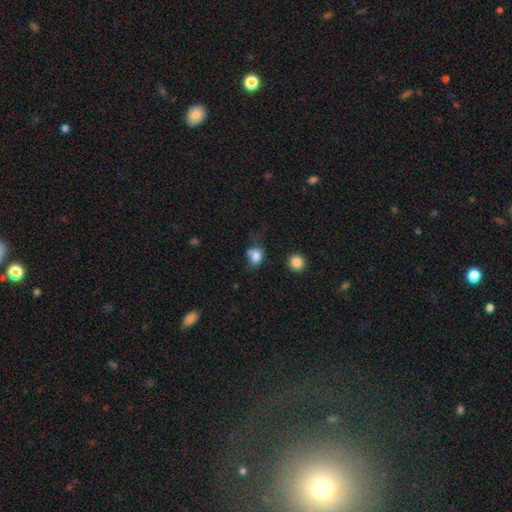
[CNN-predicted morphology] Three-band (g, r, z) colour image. It shows a smooth galaxy with no disk features (79%) that is in between round and cigar-shaped (50%). Merging: none (41%).